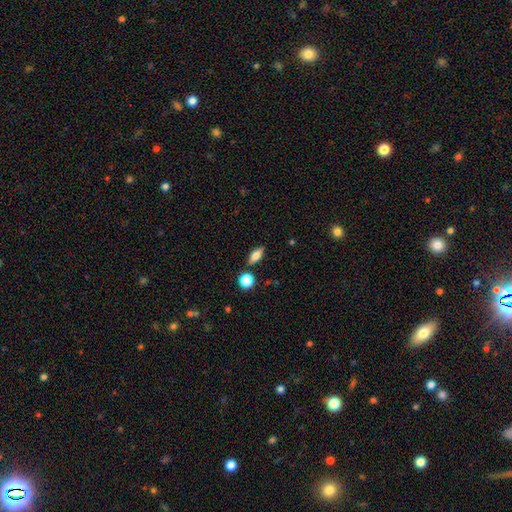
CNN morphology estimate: This appears to be a smooth galaxy with no disk features (62%) that is in between round and cigar-shaped (71%). Merging: none (84%).